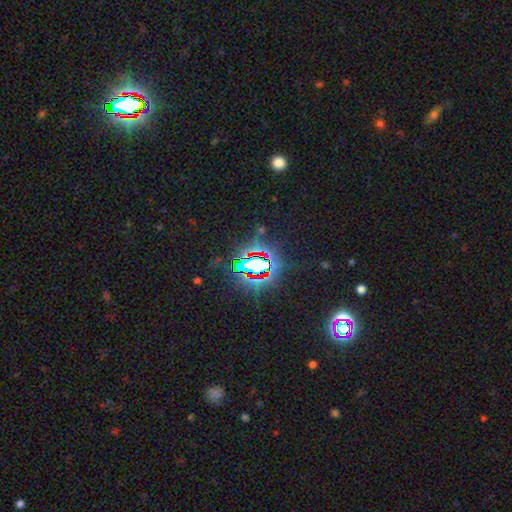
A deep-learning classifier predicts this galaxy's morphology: smooth-or-featured: star or artifact: 82% | smooth: 10% | featured or disk: 7%